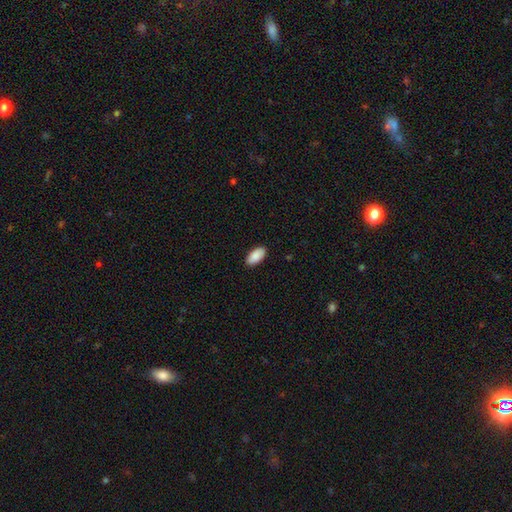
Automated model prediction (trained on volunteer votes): This appears to be a smooth galaxy with no disk features (90%) that is in between round and cigar-shaped (95%). Merging: none (89%).